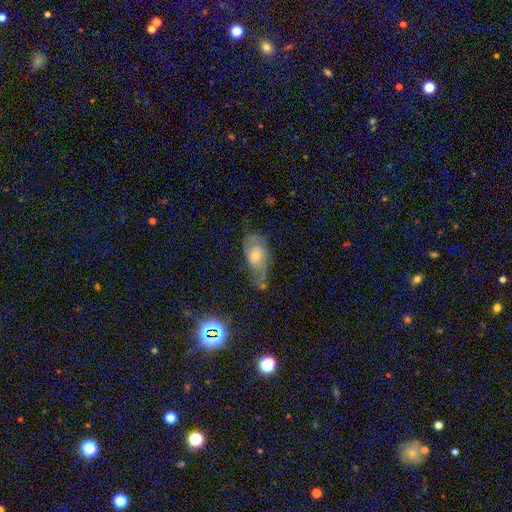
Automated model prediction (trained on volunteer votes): The model was most divided on "bulge size": moderate: 47%, small: 42%, large: 6%, none: 3%, dominant: 1%. Remaining: edge-on disk — no (92%); spiral arms — yes (79%); bar — no (71%); smooth or featured — featured or disk (61%); merging — none (44%).